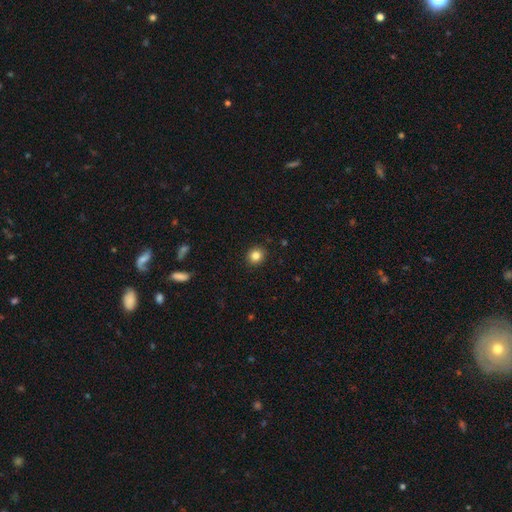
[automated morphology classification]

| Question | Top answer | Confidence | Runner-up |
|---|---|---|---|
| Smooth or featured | smooth | 84% | star or artifact (11%) |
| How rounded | round | 83% | in between (16%) |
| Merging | none | 91% | minor disturbance (6%) |